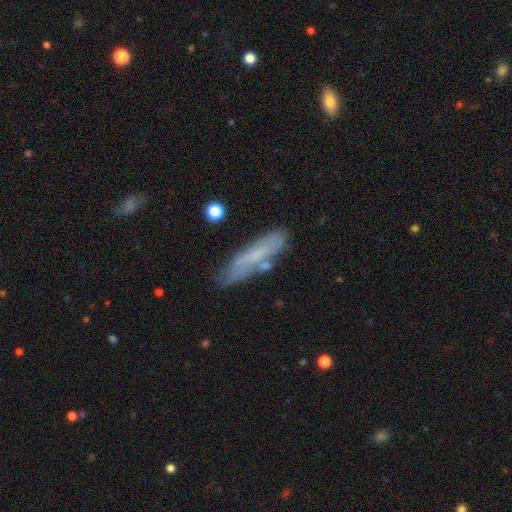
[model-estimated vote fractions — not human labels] Smooth or featured? Predicted: smooth (p=0.56). How rounded? Predicted: cigar-shaped (p=0.75). Merging? Predicted: none (p=0.69).